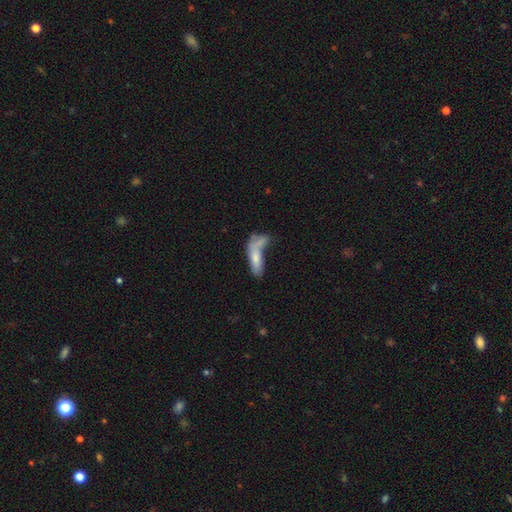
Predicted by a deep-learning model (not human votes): smooth 66%, featured or disk 25%, star or artifact 8%. Down the decision tree: how rounded — in between (51%); merging — merger (39%).